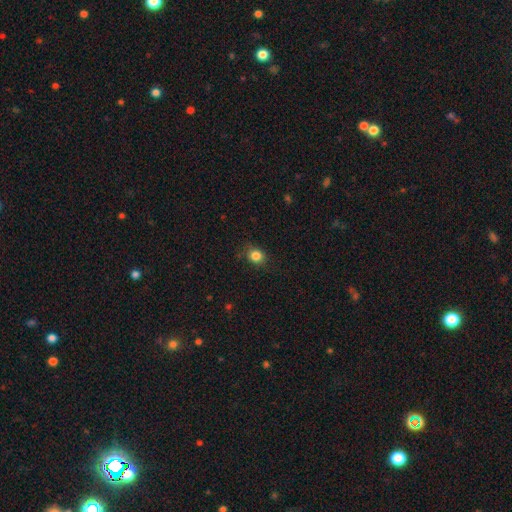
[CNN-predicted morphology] Smooth or featured? Predicted: smooth (p=0.83). How rounded? Predicted: round (p=0.67). Merging? Predicted: none (p=0.82).